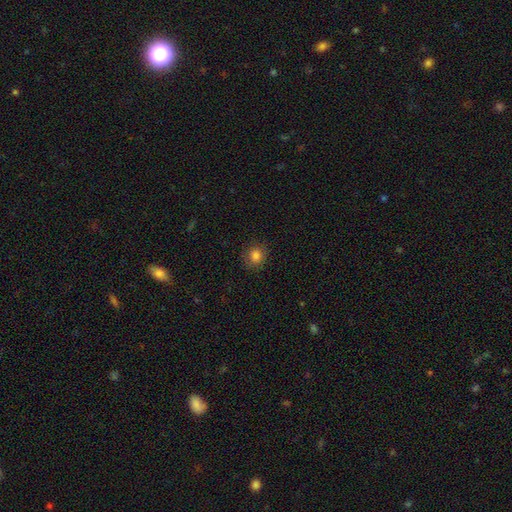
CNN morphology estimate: smooth-or-featured: smooth: 82% | star or artifact: 12% | featured or disk: 6%
  how-rounded: round: 82% | in between: 17% | cigar-shaped: 1%
  merging: none: 86% | minor disturbance: 10% | major disturbance: 3% | merger: 1%